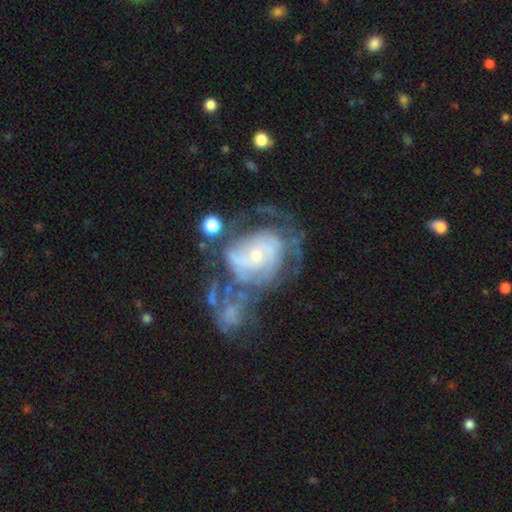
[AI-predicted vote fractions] Smooth or featured?
  - featured or disk: 80% *
  - smooth: 13%
  - star or artifact: 7%
Edge-on disk?
  - no: 97% *
  - yes: 3%
Bar?
  - no: 68% *
  - weak: 25%
  - strong: 7%
Spiral arms?
  - yes: 83% *
  - no: 17%
Spiral winding?
  - tight: 53% *
  - medium: 33%
  - loose: 14%
Spiral arm count?
  - can't tell: 44% *
  - 2: 24%
  - 3: 14%
  - 4: 7%
  - 1: 6%
  - more than 4: 5%
Bulge size?
  - small: 66% *
  - moderate: 27%
  - large: 3%
  - none: 3%
  - dominant: 1%
Merging?
  - none: 31% *
  - major disturbance: 30%
  - merger: 23%
  - minor disturbance: 17%